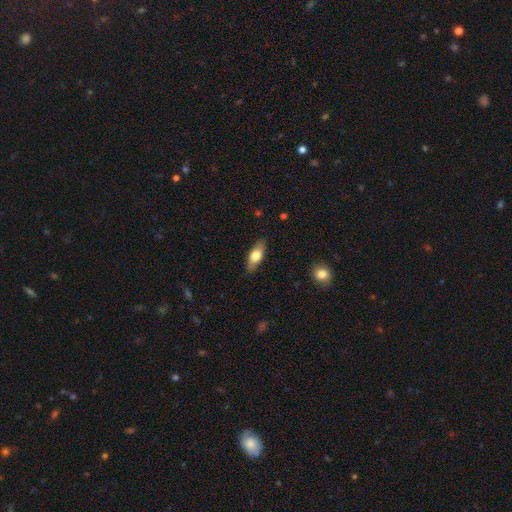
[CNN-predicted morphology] A smooth galaxy with no disk features (69%) that is in between round and cigar-shaped (76%).

Vote fractions:
- Smooth or featured? smooth: 69% / featured or disk: 25% / star or artifact: 6%
- How rounded? in between: 76% / cigar-shaped: 21% / round: 3%
- Merging? none: 86% / minor disturbance: 11% / major disturbance: 2% / merger: 1%